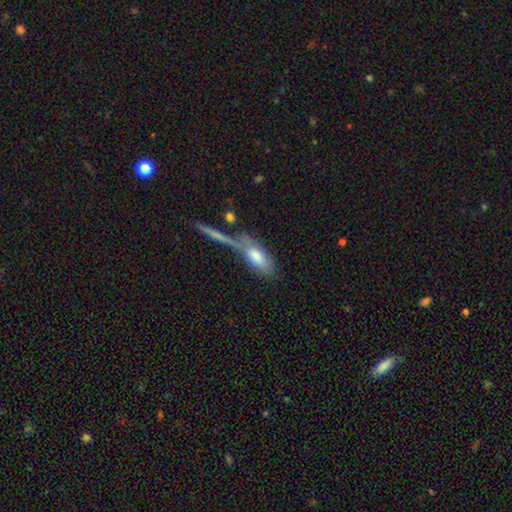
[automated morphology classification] smooth-or-featured: smooth: 71% | featured or disk: 22% | star or artifact: 7%
  how-rounded: in between: 73% | cigar-shaped: 24% | round: 3%
  merging: none: 44% | merger: 30% | minor disturbance: 17% | major disturbance: 8%